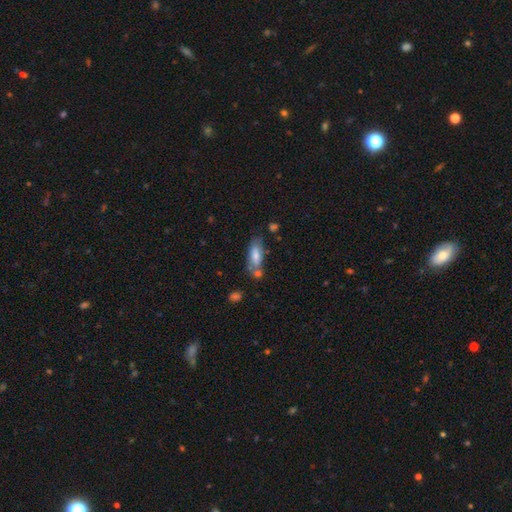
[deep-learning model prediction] This is likely a smooth galaxy (70%). How rounded: likely in between (74%). Merging: possibly none (53%).